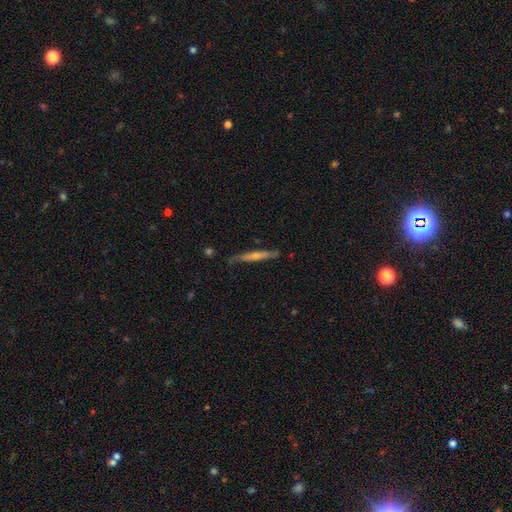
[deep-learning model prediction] The model was most divided on "edge-on bulge": rounded: 57%, none: 36%, boxy: 6%. More confident: edge-on disk — yes (94%); merging — none (83%); smooth or featured — featured or disk (61%).